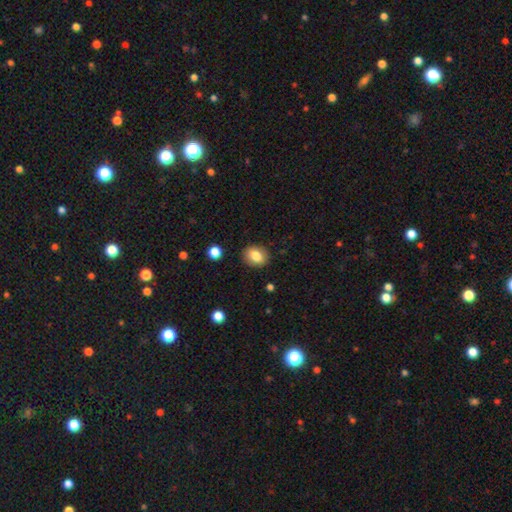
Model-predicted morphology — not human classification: Smooth or featured? Predicted: smooth (p=0.82). How rounded? Predicted: in between (p=0.56). Merging? Predicted: none (p=0.88).